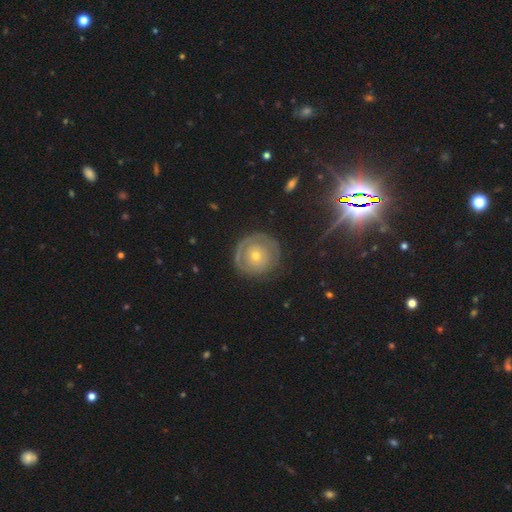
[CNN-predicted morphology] featured or disk 62%, smooth 31%, star or artifact 8%. Down the decision tree: edge-on disk — no (96%); bar — no (88%); spiral arms — yes (54%); bulge size — small (58%); merging — none (79%).